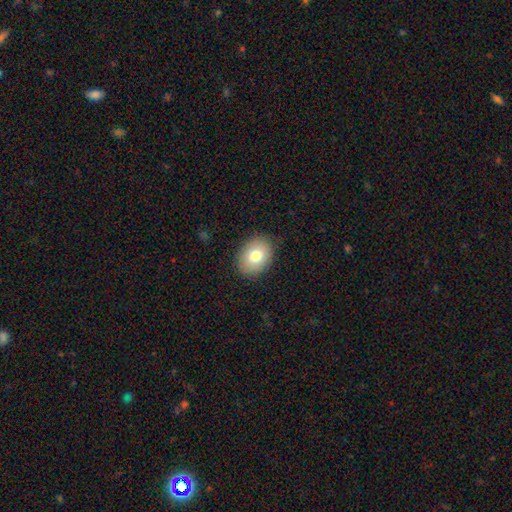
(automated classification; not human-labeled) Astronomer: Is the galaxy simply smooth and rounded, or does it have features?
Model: smooth — 78%.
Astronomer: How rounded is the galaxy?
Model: in between — 66%.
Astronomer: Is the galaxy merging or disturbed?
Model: none — 87%.